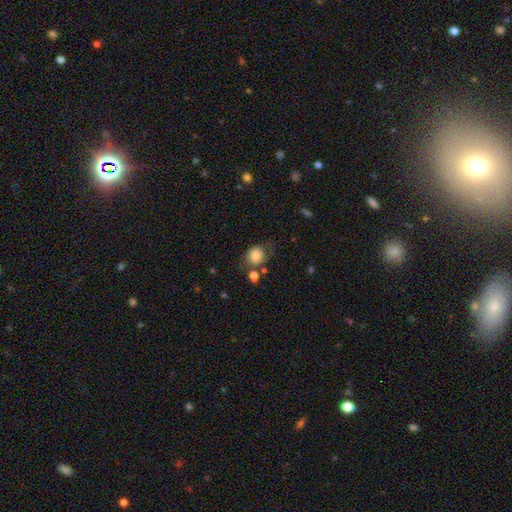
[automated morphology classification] The model was most divided on "merging": none: 59%, minor disturbance: 20%, merger: 12%, major disturbance: 10%. More confident: smooth or featured — smooth (79%); how rounded — round (74%).